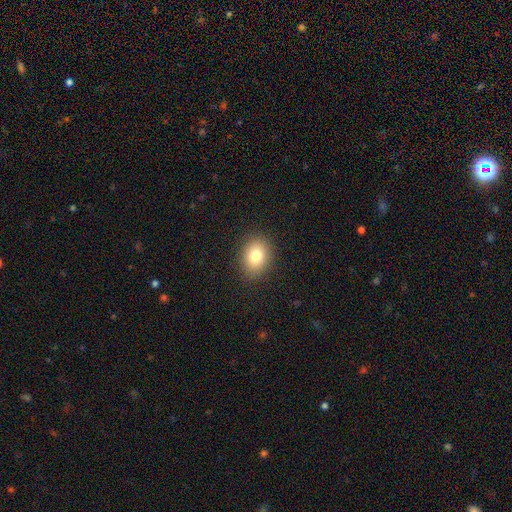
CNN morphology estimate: This is likely a smooth galaxy (79%). How rounded: possibly in between (56%). Merging: clearly none (88%).